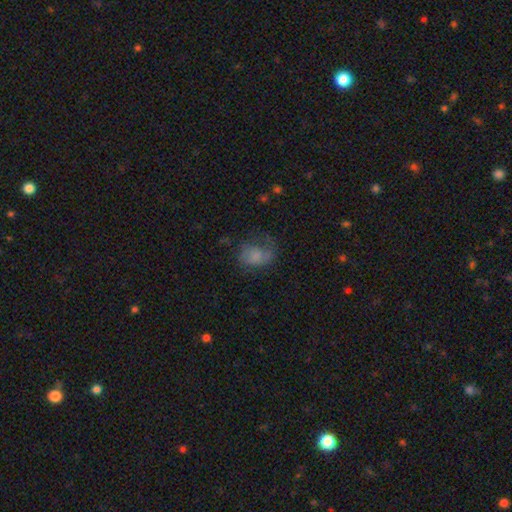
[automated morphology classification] Smooth or featured?
  - smooth: 62% *
  - featured or disk: 26%
  - star or artifact: 12%
How rounded?
  - in between: 69% *
  - round: 30%
  - cigar-shaped: 1%
Merging?
  - none: 39% *
  - major disturbance: 31%
  - minor disturbance: 27%
  - merger: 3%